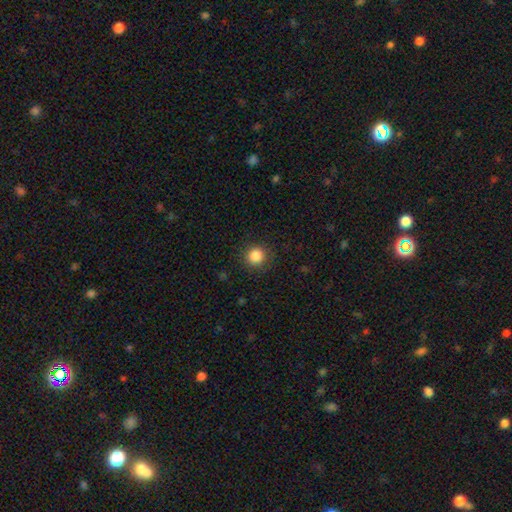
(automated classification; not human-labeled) smooth-or-featured: smooth: 85% | star or artifact: 11% | featured or disk: 4%
  how-rounded: round: 94% | in between: 5% | cigar-shaped: 1%
  merging: none: 90% | minor disturbance: 7% | major disturbance: 3% | merger: 1%